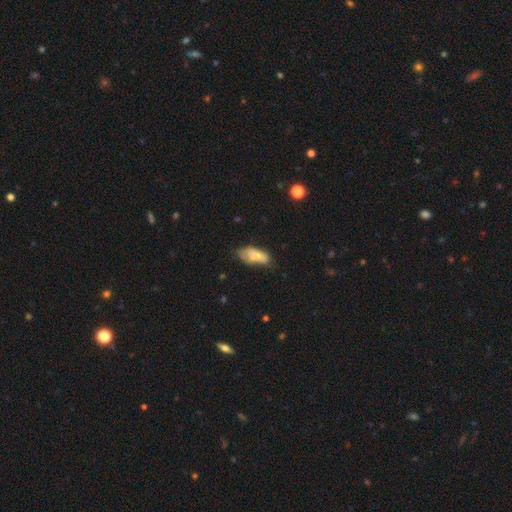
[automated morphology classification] smooth 67%, featured or disk 24%, star or artifact 8%. Down the decision tree: how rounded — in between (83%); merging — none (41%).